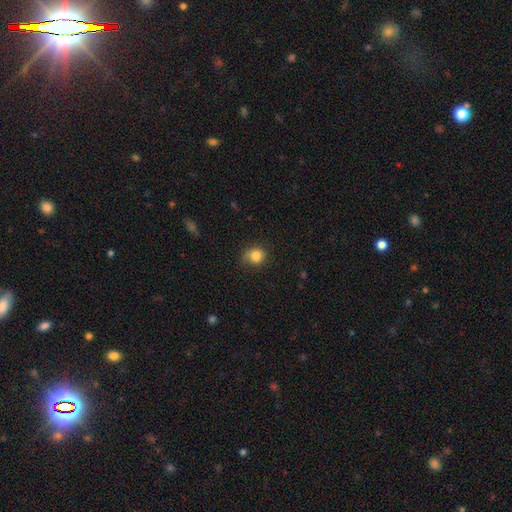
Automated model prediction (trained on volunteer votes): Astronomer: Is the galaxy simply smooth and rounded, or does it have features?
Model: smooth — 84%.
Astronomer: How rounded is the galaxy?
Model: round — 82%.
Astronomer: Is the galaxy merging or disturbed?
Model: none — 67%.